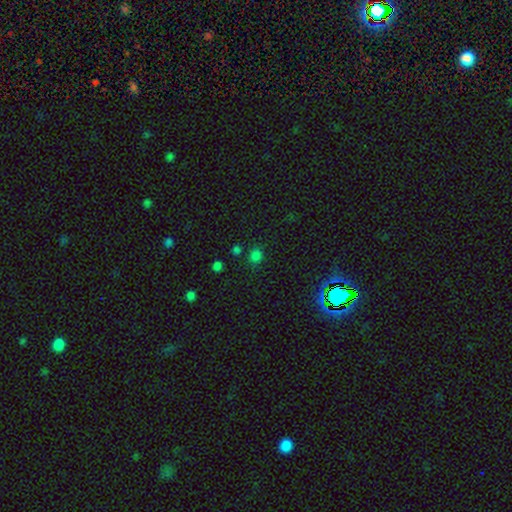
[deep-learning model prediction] The model was most divided on "how rounded": round: 71%, in between: 27%, cigar-shaped: 1%. More confident: merging — none (77%); smooth or featured — smooth (71%).